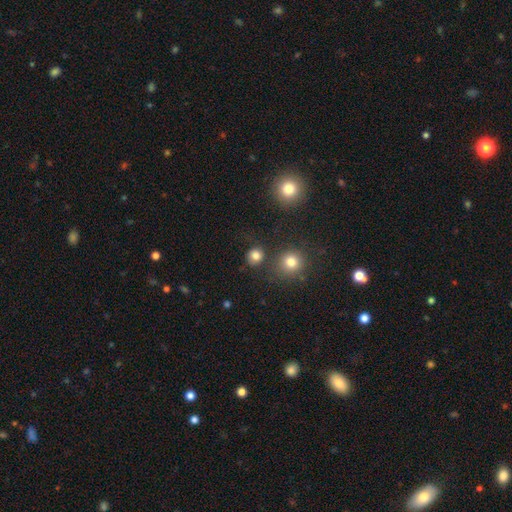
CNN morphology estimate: Smooth or featured: smooth — 81% (star or artifact — 14%)
How rounded: round — 86% (in between — 13%)
Merging: none — 79% (minor disturbance — 10%)